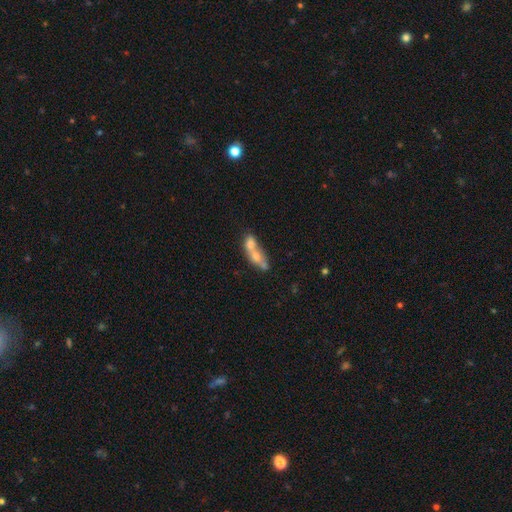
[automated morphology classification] type=smooth (57%); roundness=in between (63%); merging=merger (67%).